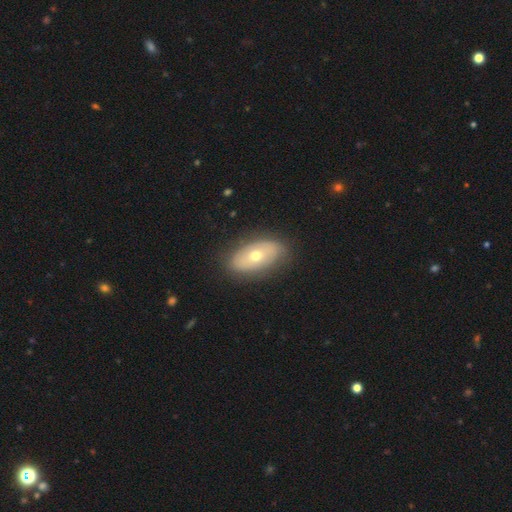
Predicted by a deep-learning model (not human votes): smooth 53%, featured or disk 40%, star or artifact 7%. Down the decision tree: how rounded — in between (90%); merging — none (82%).